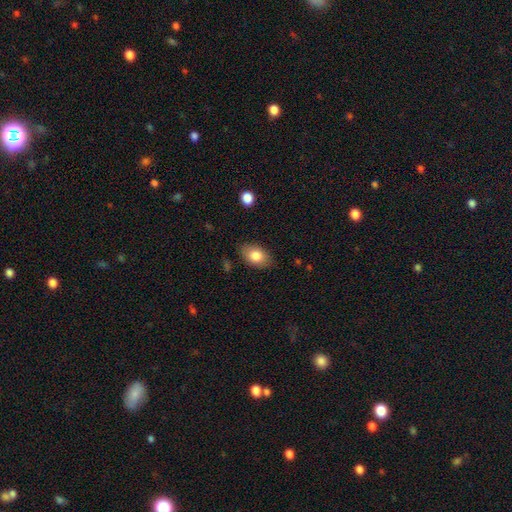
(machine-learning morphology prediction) smooth_or_featured: smooth (p=0.82) [alt: featured or disk p=0.11]
how_rounded: in between (p=0.88) [alt: round p=0.10]
merging: none (p=0.83) [alt: minor disturbance p=0.13]